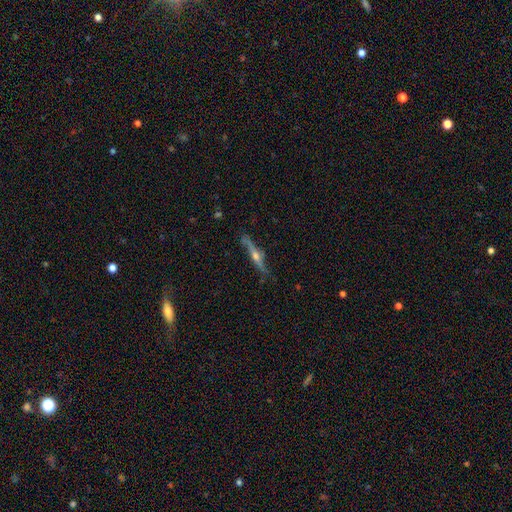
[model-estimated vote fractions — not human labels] Q: Smooth or featured?
A: featured or disk (78%); runner-up: smooth (15%)
Q: Edge-on disk?
A: yes (93%); runner-up: no (7%)
Q: Edge-on bulge?
A: rounded (91%); runner-up: none (5%)
Q: Merging?
A: none (78%); runner-up: minor disturbance (16%)